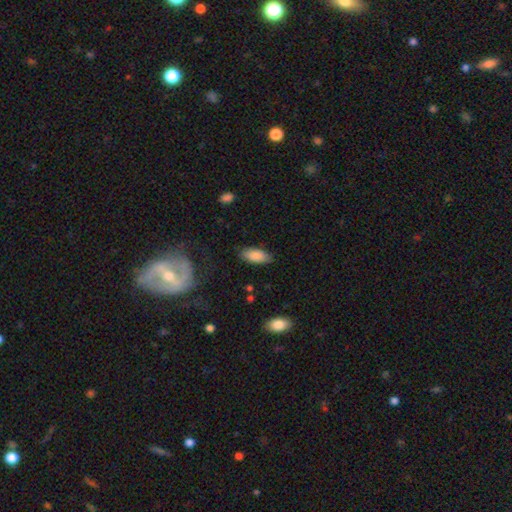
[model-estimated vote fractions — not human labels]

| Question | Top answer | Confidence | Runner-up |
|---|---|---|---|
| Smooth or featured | smooth | 86% | featured or disk (8%) |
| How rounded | in between | 85% | cigar-shaped (13%) |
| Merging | none | 83% | minor disturbance (13%) |